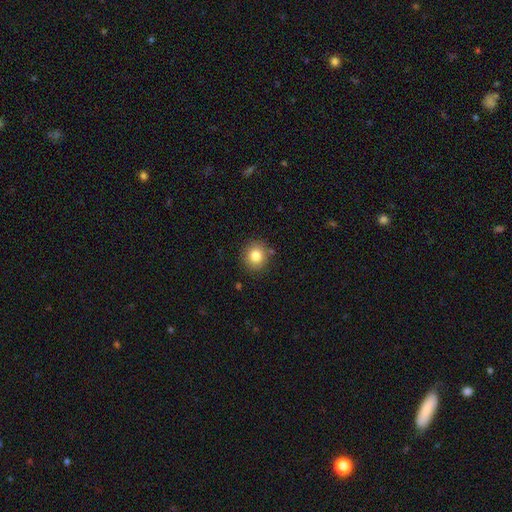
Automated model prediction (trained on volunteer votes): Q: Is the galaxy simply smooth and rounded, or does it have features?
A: smooth — 82%.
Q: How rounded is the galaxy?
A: round — 88%.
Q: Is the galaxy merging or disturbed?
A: none — 87%.